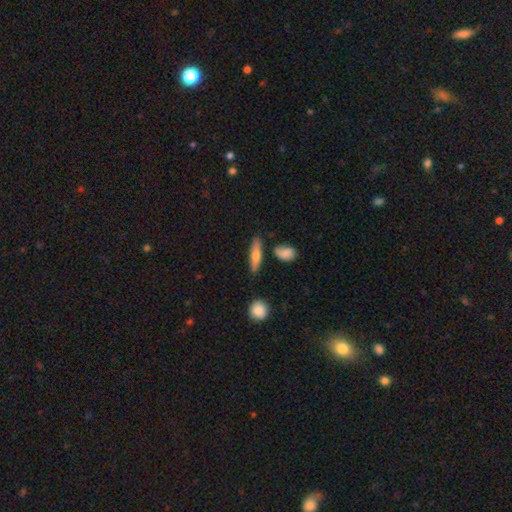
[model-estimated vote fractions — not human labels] smooth-or-featured: smooth: 62% | featured or disk: 31% | star or artifact: 7%
  how-rounded: cigar-shaped: 69% | in between: 27% | round: 4%
  merging: none: 77% | minor disturbance: 14% | merger: 5% | major disturbance: 3%